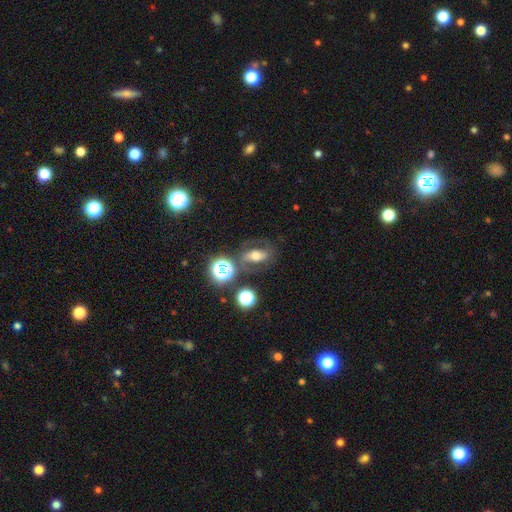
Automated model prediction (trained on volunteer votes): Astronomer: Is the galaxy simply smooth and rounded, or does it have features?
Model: featured or disk — 51% (runner-up: smooth, 32%).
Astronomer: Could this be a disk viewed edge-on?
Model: no — 89%.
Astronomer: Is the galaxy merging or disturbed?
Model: none — 65%.